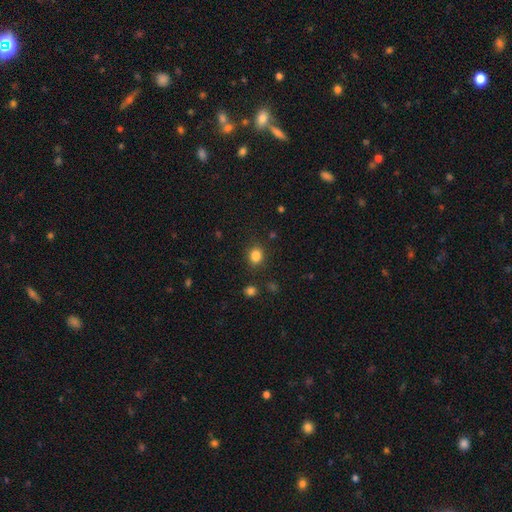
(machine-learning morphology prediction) Smooth or featured?
  - smooth: 84% *
  - star or artifact: 12%
  - featured or disk: 4%
How rounded?
  - round: 63% *
  - in between: 36%
  - cigar-shaped: 1%
Merging?
  - none: 85% *
  - minor disturbance: 9%
  - major disturbance: 3%
  - merger: 2%